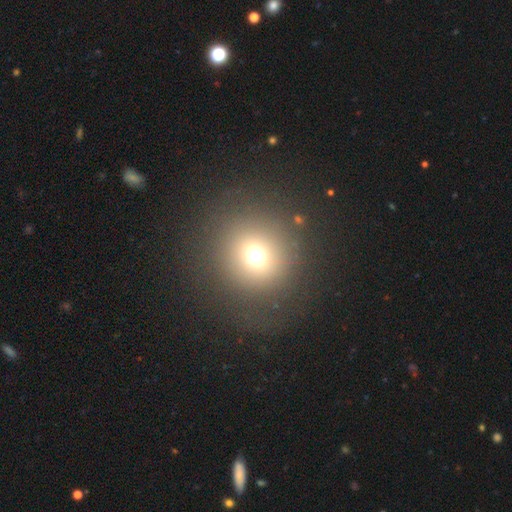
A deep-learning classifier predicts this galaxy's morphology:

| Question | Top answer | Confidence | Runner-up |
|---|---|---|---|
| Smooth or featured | smooth | 67% | star or artifact (24%) |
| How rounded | round | 93% | in between (6%) |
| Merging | none | 84% | minor disturbance (7%) |